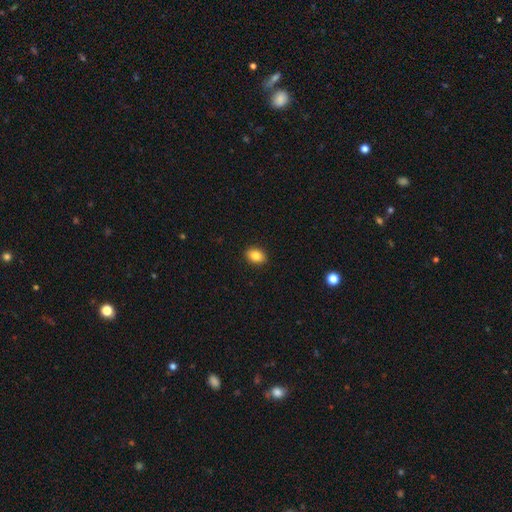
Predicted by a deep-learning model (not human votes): The model was most divided on "how rounded": in between: 79%, round: 20%, cigar-shaped: 1%. More confident: merging — none (91%); smooth or featured — smooth (84%).